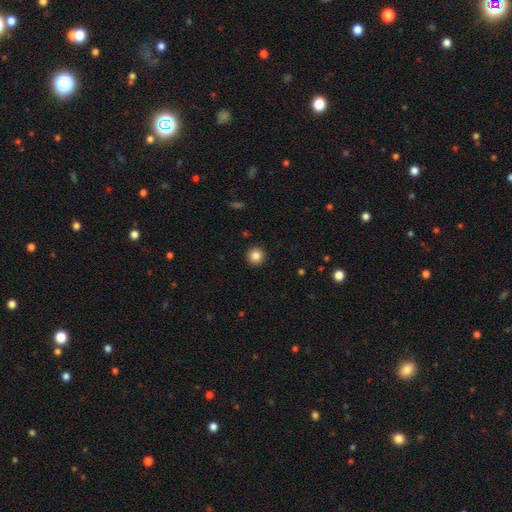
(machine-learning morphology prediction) The model was most divided on "smooth or featured": smooth: 85%, star or artifact: 10%, featured or disk: 5%. More confident: how rounded — round (95%); merging — none (93%).